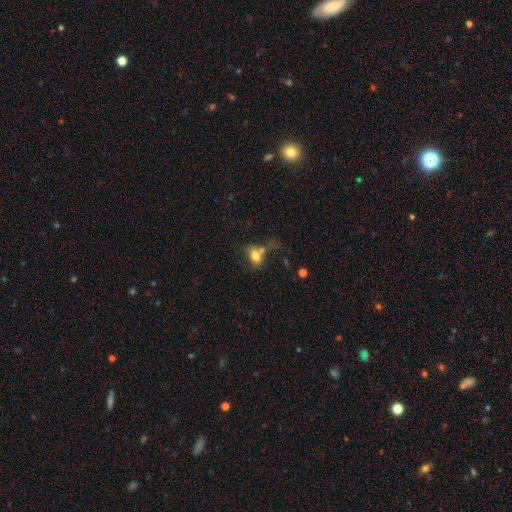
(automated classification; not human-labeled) This appears to be a smooth galaxy with no disk features (75%) that is in between round and cigar-shaped (75%). Merging: merger (40%).